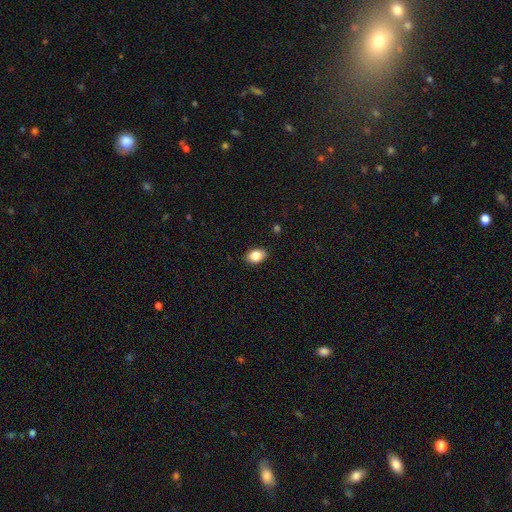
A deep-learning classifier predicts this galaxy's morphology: Smooth or featured: smooth — 85% (star or artifact — 8%)
How rounded: in between — 82% (round — 16%)
Merging: none — 89% (minor disturbance — 9%)